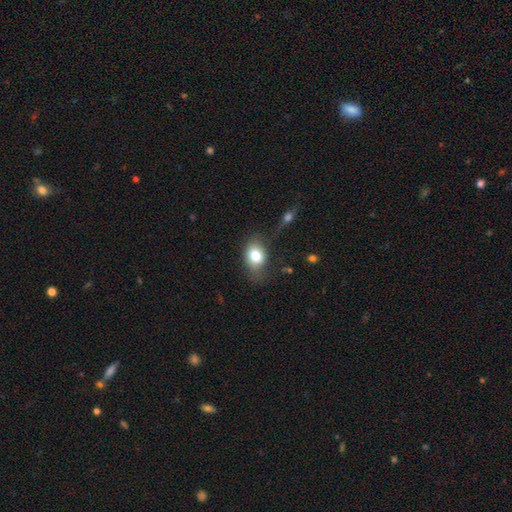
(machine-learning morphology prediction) Smooth or featured: smooth — 77% (featured or disk — 14%)
How rounded: in between — 72% (round — 26%)
Merging: none — 59% (minor disturbance — 25%)